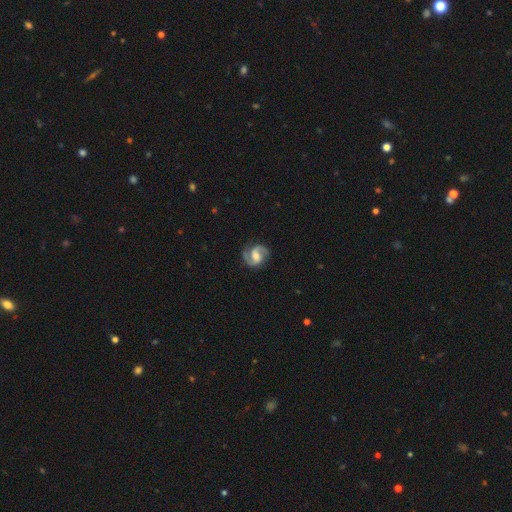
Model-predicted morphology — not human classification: Smooth or featured?
  - featured or disk: 89% *
  - smooth: 6%
  - star or artifact: 5%
Edge-on disk?
  - no: 98% *
  - yes: 2%
Bar?
  - weak: 50% *
  - no: 30%
  - strong: 20%
Spiral arms?
  - yes: 98% *
  - no: 2%
Spiral winding?
  - medium: 58% *
  - tight: 23%
  - loose: 19%
Spiral arm count?
  - 2: 93% *
  - can't tell: 2%
  - 1: 2%
  - 3: 1%
  - 4: 1%
  - more than 4: 1%
Bulge size?
  - moderate: 55% *
  - small: 26%
  - large: 10%
  - none: 7%
  - dominant: 1%
Merging?
  - none: 82% *
  - minor disturbance: 12%
  - major disturbance: 4%
  - merger: 1%